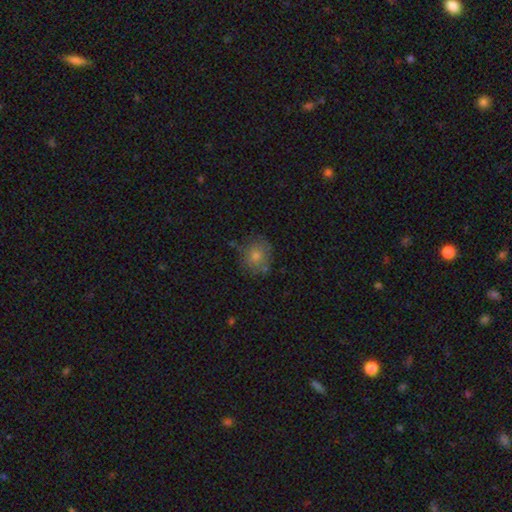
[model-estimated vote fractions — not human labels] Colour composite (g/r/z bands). It shows a smooth galaxy with no disk features (74%) that is round (81%). Merging: none (75%).